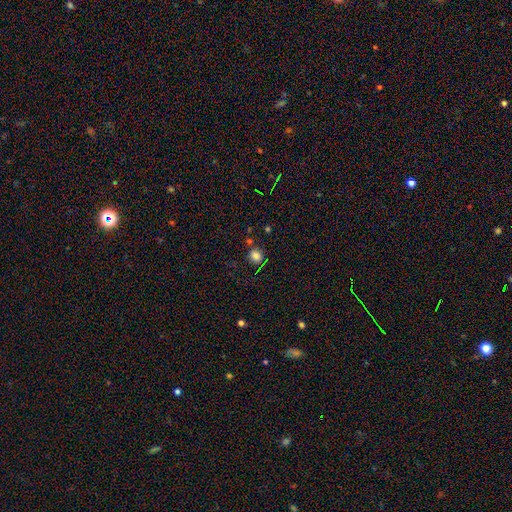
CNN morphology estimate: Smooth or featured? smooth (79%)
How rounded? round (74%)
Merging? none (78%)